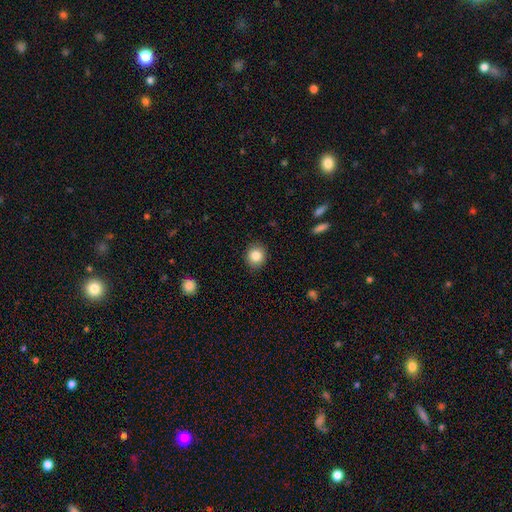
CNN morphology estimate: Overall: smooth (85%). How rounded: round (84%). Merging: none (89%).